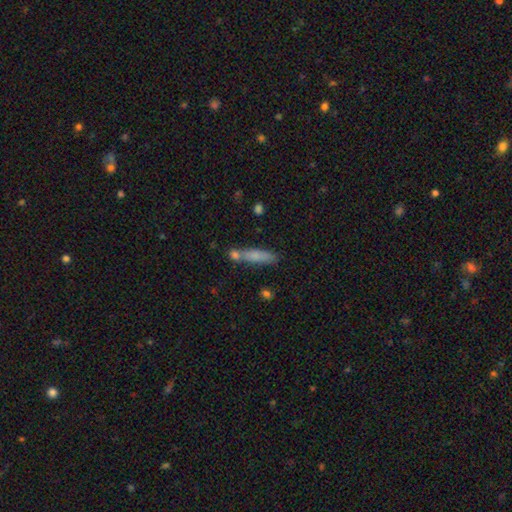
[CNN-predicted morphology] Q: Smooth or featured?
A: smooth (74%); runner-up: featured or disk (18%)
Q: How rounded?
A: cigar-shaped (80%); runner-up: in between (18%)
Q: Merging?
A: none (62%); runner-up: merger (20%)